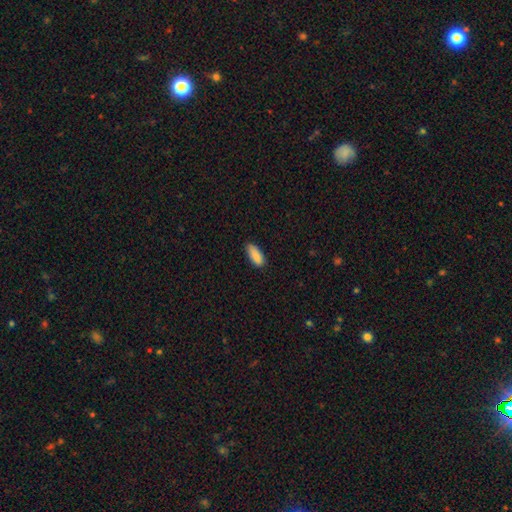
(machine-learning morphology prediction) smooth 89%, star or artifact 6%, featured or disk 5%. Down the decision tree: how rounded — in between (78%); merging — none (84%).